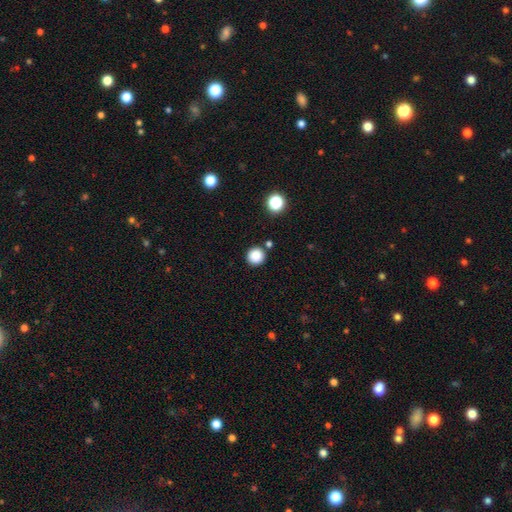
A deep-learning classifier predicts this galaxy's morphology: The model was most divided on "smooth or featured": smooth: 86%, star or artifact: 11%, featured or disk: 3%. More confident: how rounded — round (94%); merging — none (86%).